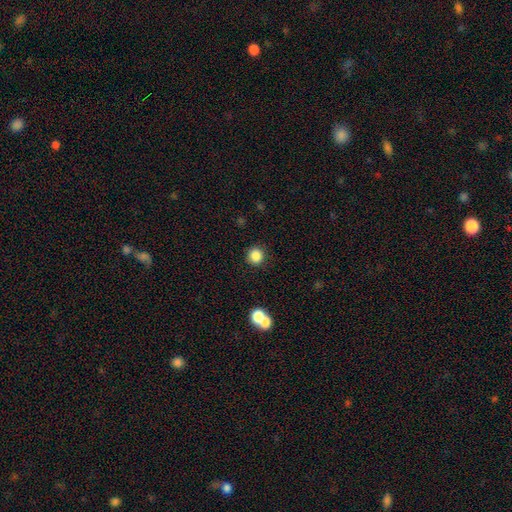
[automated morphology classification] Smooth or featured?
  - smooth: 85% *
  - star or artifact: 11%
  - featured or disk: 4%
How rounded?
  - round: 91% *
  - in between: 8%
  - cigar-shaped: 1%
Merging?
  - none: 87% *
  - minor disturbance: 6%
  - merger: 4%
  - major disturbance: 3%